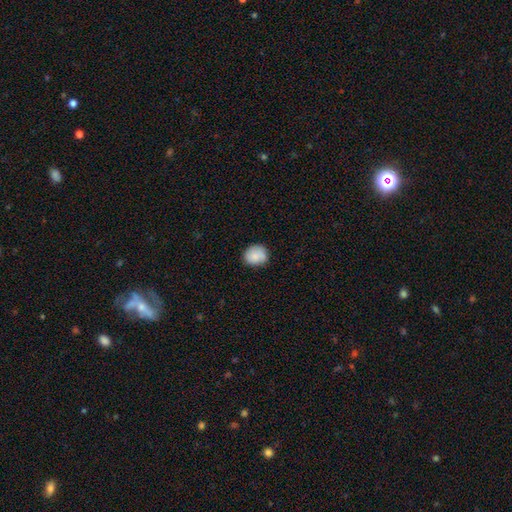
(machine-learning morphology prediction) Q: Smooth or featured?
A: smooth (84%); runner-up: featured or disk (8%)
Q: How rounded?
A: round (71%); runner-up: in between (28%)
Q: Merging?
A: none (78%); runner-up: minor disturbance (17%)